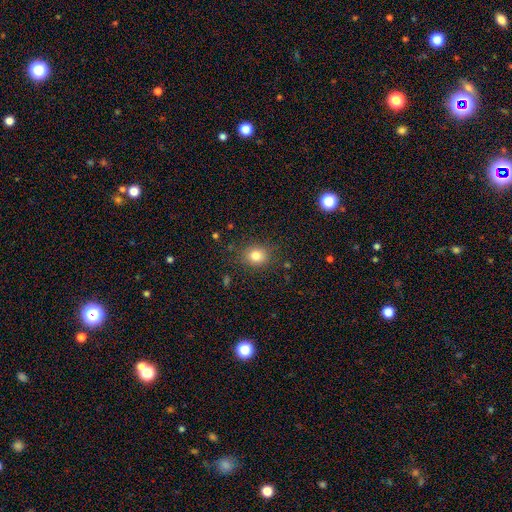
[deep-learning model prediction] smooth 81%, star or artifact 12%, featured or disk 7%. Down the decision tree: how rounded — round (70%); merging — none (85%).